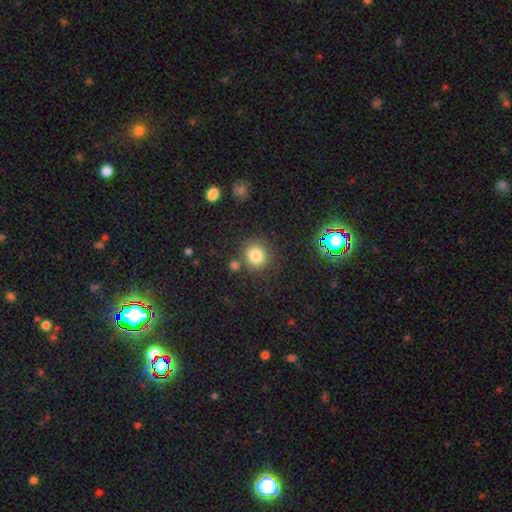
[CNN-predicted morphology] Smooth or featured? smooth (80%)
How rounded? round (87%)
Merging? none (78%)